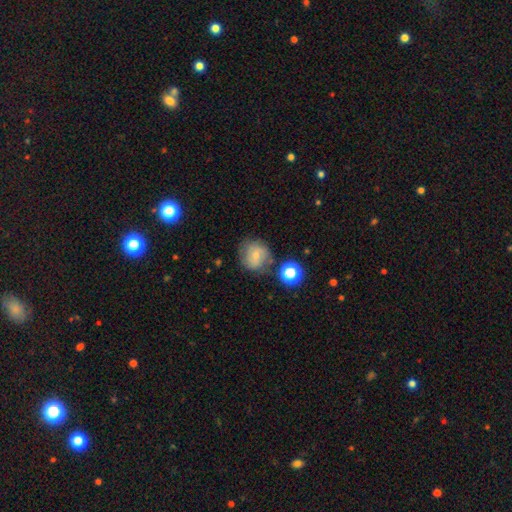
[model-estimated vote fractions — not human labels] The model was most divided on "smooth or featured": smooth: 61%, featured or disk: 26%, star or artifact: 13%. More confident: how rounded — round (85%); merging — none (65%).